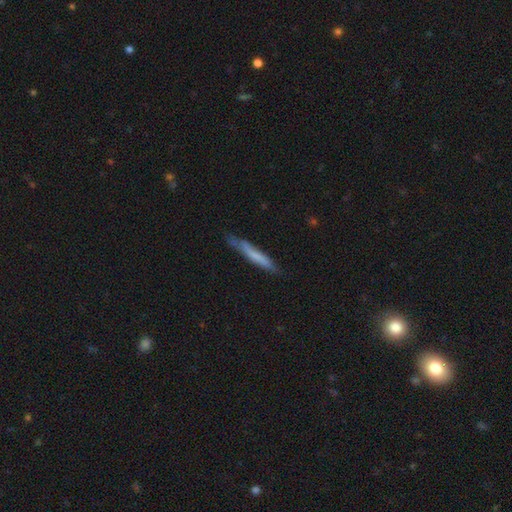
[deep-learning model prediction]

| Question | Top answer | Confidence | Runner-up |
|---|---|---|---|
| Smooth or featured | smooth | 60% | featured or disk (34%) |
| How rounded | cigar-shaped | 94% | in between (5%) |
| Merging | none | 70% | minor disturbance (22%) |